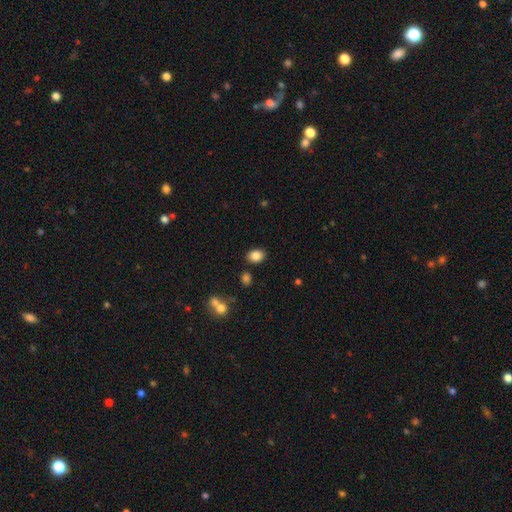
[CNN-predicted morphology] smooth-or-featured: smooth: 85% | star or artifact: 9% | featured or disk: 5%
  how-rounded: in between: 70% | round: 29% | cigar-shaped: 1%
  merging: none: 83% | minor disturbance: 10% | merger: 4% | major disturbance: 3%